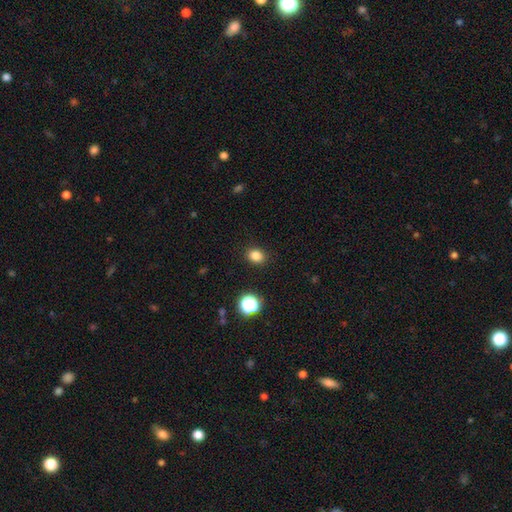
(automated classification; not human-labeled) Smooth or featured? Predicted: smooth (p=0.83). How rounded? Predicted: in between (p=0.52). Merging? Predicted: none (p=0.89).